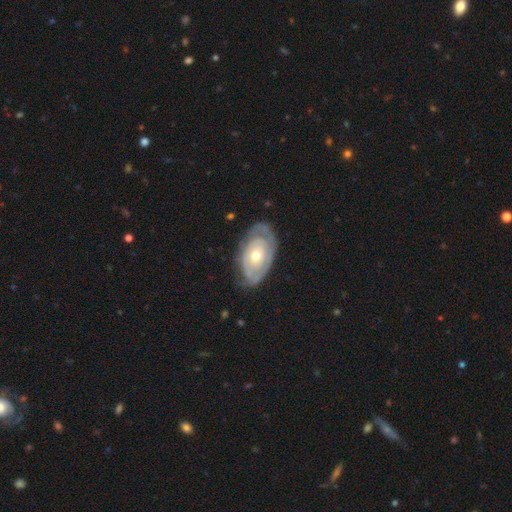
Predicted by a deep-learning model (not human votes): smooth-or-featured: featured or disk: 72% | smooth: 23% | star or artifact: 5%
  disk-edge-on: no: 93% | yes: 7%
    bar: no: 85% | weak: 12% | strong: 3%
    has-spiral-arms: yes: 64% | no: 36%
    bulge-size: moderate: 56% | small: 40% | large: 3% | none: 1% | dominant: 1%
  merging: none: 67% | minor disturbance: 22% | major disturbance: 9% | merger: 1%